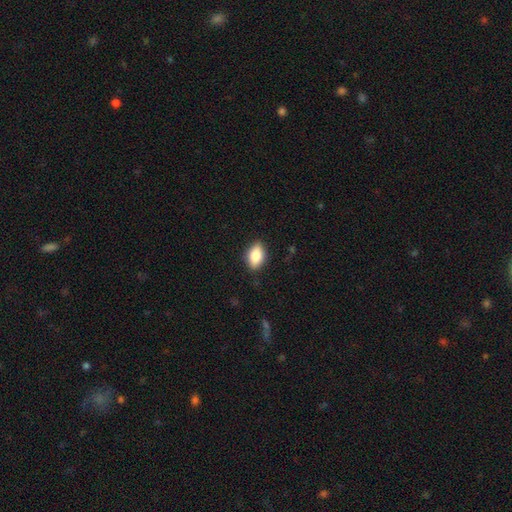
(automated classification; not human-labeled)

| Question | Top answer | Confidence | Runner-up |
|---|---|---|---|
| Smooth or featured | smooth | 79% | featured or disk (13%) |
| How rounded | in between | 87% | round (8%) |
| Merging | none | 86% | minor disturbance (10%) |